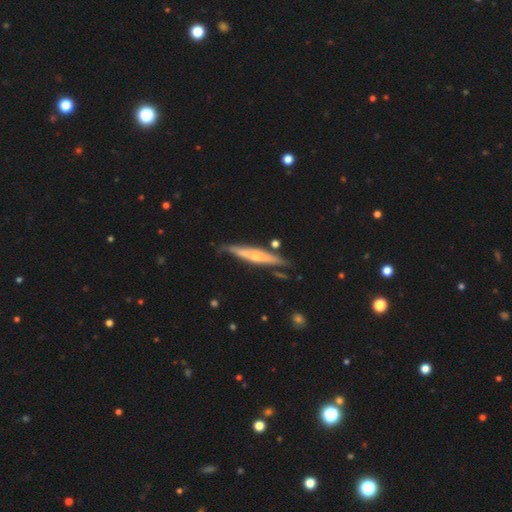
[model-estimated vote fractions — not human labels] A featured or disk galaxy (65%) viewed edge-on (92%) with a rounded central bulge (75%).

Vote fractions:
- Smooth or featured? featured or disk: 65% / smooth: 30% / star or artifact: 5%
- Edge-on disk? yes: 92% / no: 8%
- Edge-on bulge? rounded: 75% / none: 20% / boxy: 6%
- Merging? none: 74% / minor disturbance: 18% / merger: 5% / major disturbance: 4%